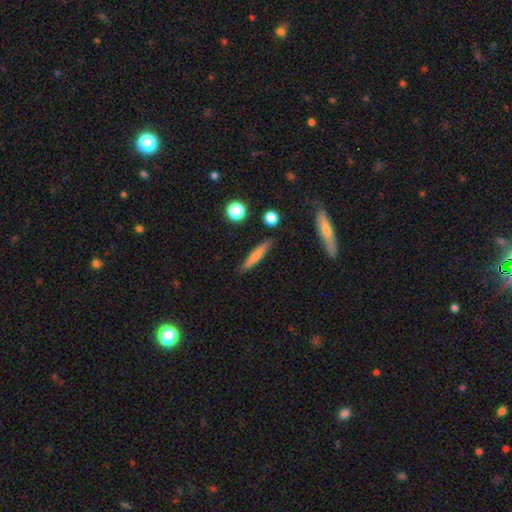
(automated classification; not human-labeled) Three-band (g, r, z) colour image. It shows a smooth galaxy with no disk features (70%) that is cigar-shaped (88%). Merging: none (85%).